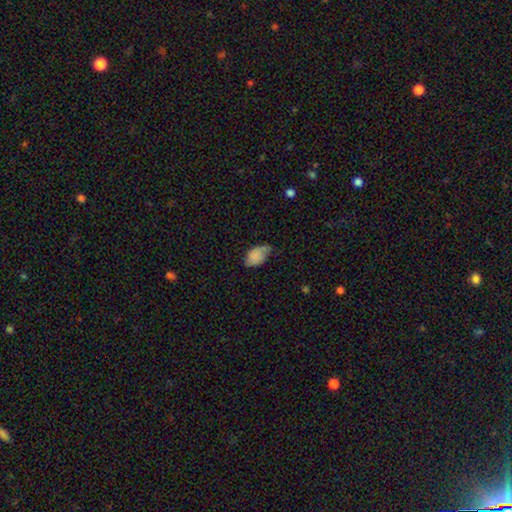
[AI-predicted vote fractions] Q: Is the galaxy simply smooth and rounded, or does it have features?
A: smooth — 79%.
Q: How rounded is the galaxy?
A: in between — 93%.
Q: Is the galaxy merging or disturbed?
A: none — 48%.